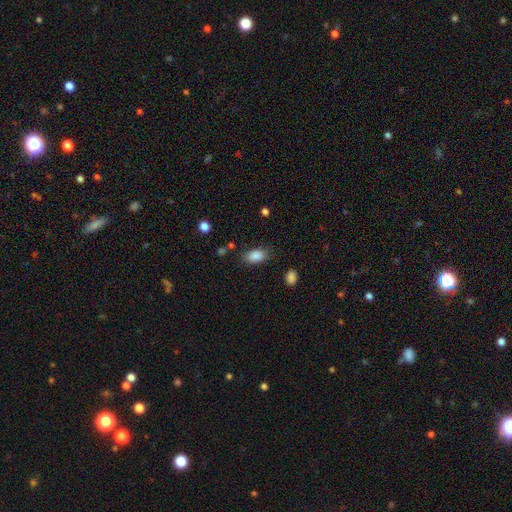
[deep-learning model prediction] This is clearly a smooth galaxy (87%). How rounded: clearly in between (91%). Merging: clearly none (81%).